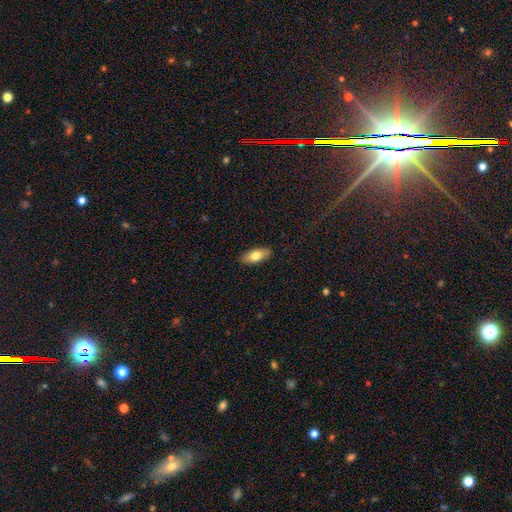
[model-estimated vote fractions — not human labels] smooth_or_featured: smooth (p=0.75) [alt: featured or disk p=0.19]
how_rounded: in between (p=0.81) [alt: cigar-shaped p=0.16]
merging: none (p=0.89) [alt: minor disturbance p=0.09]